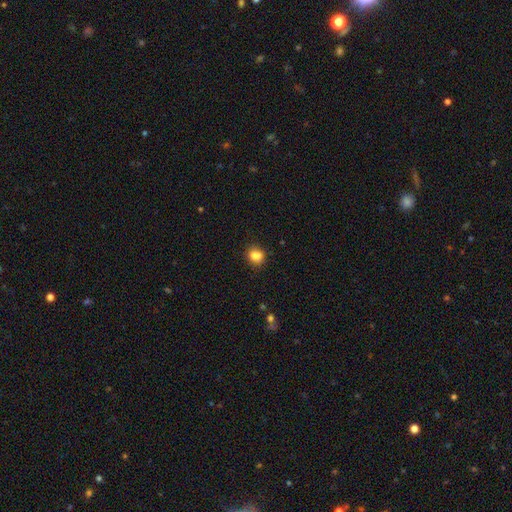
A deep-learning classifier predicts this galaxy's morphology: A smooth galaxy with no disk features (82%) that is round (64%). Merging: none (67%).